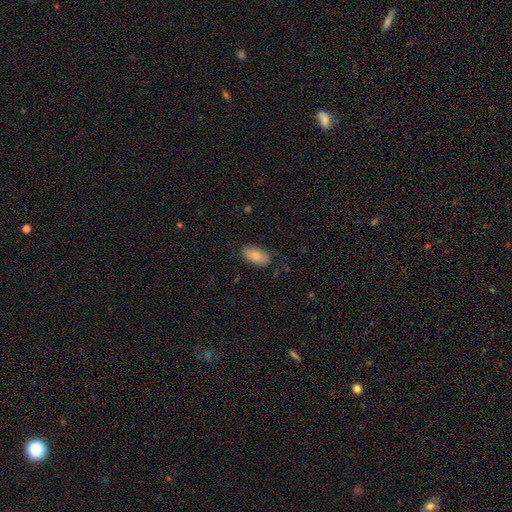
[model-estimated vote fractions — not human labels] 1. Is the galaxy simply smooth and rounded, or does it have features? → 79% smooth, 14% featured or disk, 6% star or artifact.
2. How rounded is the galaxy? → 94% in between, 4% cigar-shaped, 3% round.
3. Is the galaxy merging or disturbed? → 70% none, 21% minor disturbance, 7% major disturbance, 1% merger.